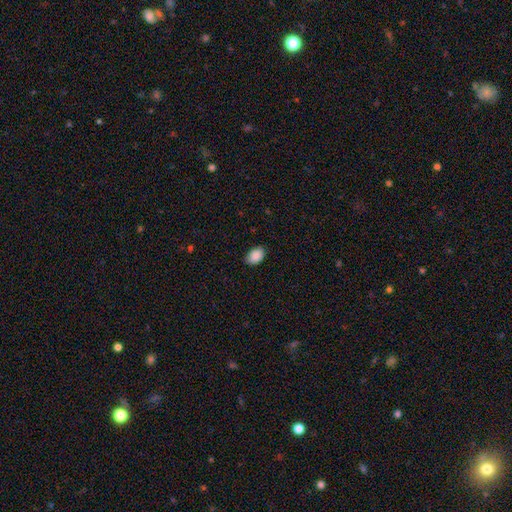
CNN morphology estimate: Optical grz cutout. It shows a smooth galaxy with no disk features (90%) that is in between round and cigar-shaped (87%). Merging: none (86%).